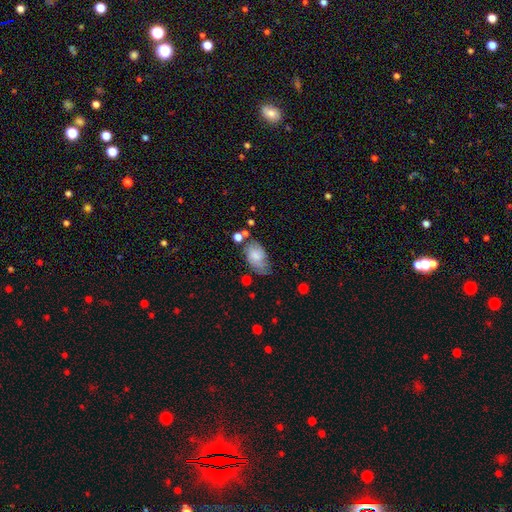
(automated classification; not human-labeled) smooth 58%, featured or disk 34%, star or artifact 8%. Down the decision tree: how rounded — in between (90%); merging — none (47%).